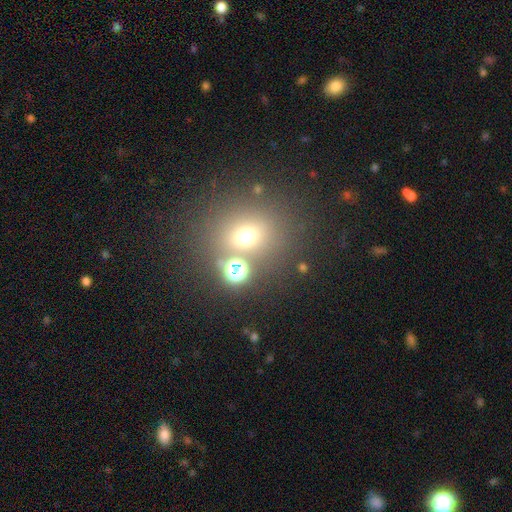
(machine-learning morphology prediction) Smooth or featured? Predicted: smooth (p=0.56). How rounded? Predicted: round (p=0.74). Merging? Predicted: none (p=0.64).